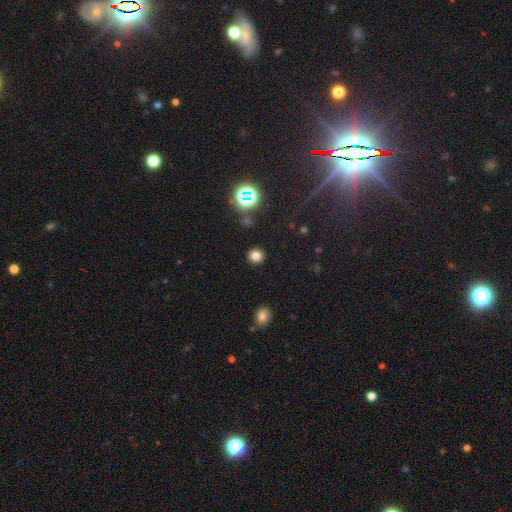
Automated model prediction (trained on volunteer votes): A smooth galaxy with no disk features (78%) that is round (88%).

Vote fractions:
- Smooth or featured? smooth: 78% / star or artifact: 17% / featured or disk: 5%
- How rounded? round: 88% / in between: 11% / cigar-shaped: 1%
- Merging? none: 90% / minor disturbance: 6% / major disturbance: 2% / merger: 2%